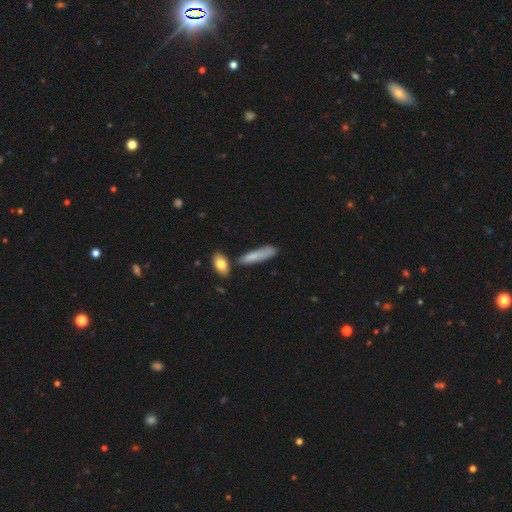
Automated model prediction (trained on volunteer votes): Morphology: type=smooth (78%); roundness=cigar-shaped (78%); merging=none (69%).